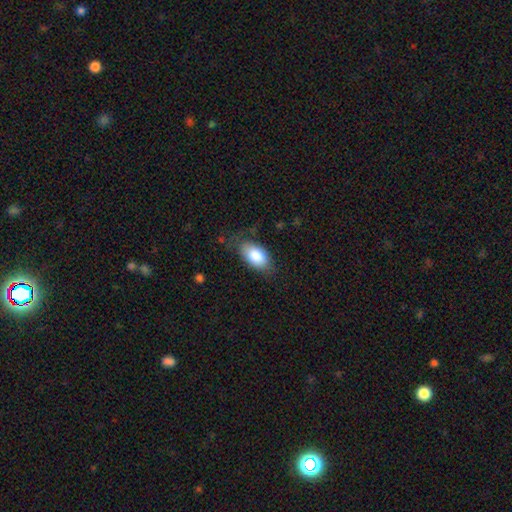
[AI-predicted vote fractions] Smooth or featured? Predicted: smooth (p=0.85). How rounded? Predicted: in between (p=0.93). Merging? Predicted: none (p=0.71).